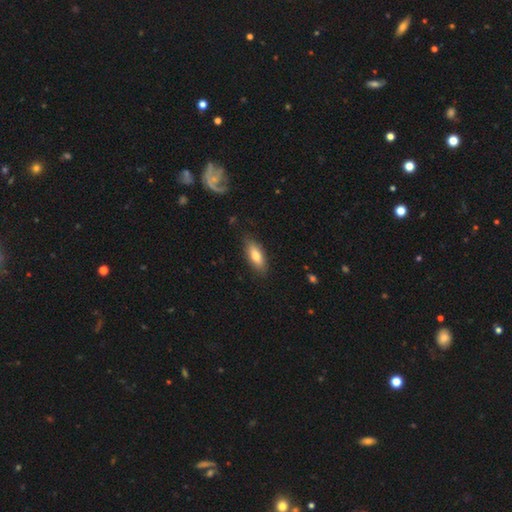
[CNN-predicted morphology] Smooth or featured?
  - smooth: 74% *
  - featured or disk: 20%
  - star or artifact: 6%
How rounded?
  - in between: 69% *
  - cigar-shaped: 29%
  - round: 2%
Merging?
  - none: 84% *
  - minor disturbance: 13%
  - major disturbance: 2%
  - merger: 1%